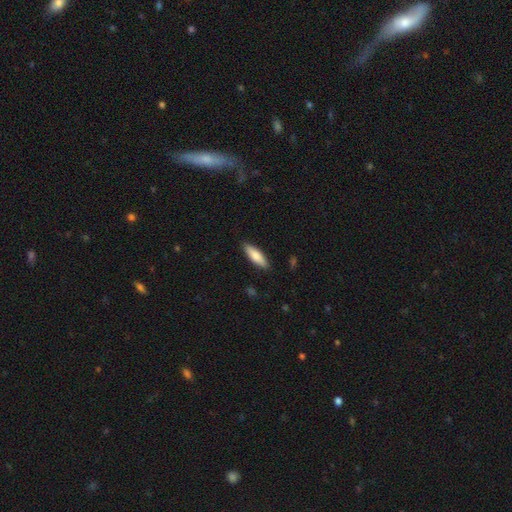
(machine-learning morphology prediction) A smooth galaxy with no disk features (79%) that is in between round and cigar-shaped (49%, tied with cigar-shaped). Merging: none (88%).